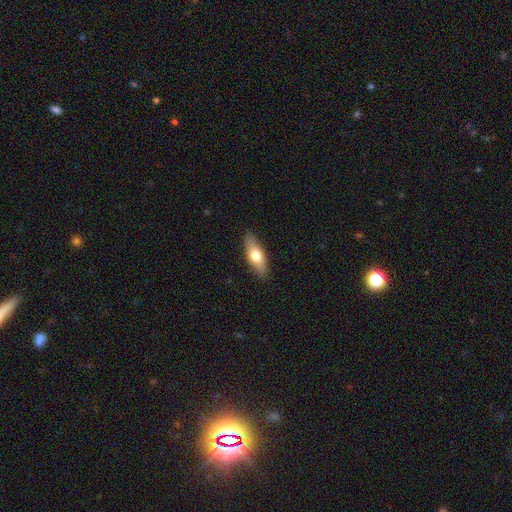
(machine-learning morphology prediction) The model was most divided on "how rounded": in between: 64%, cigar-shaped: 33%, round: 3%. More confident: merging — none (87%); smooth or featured — smooth (68%).